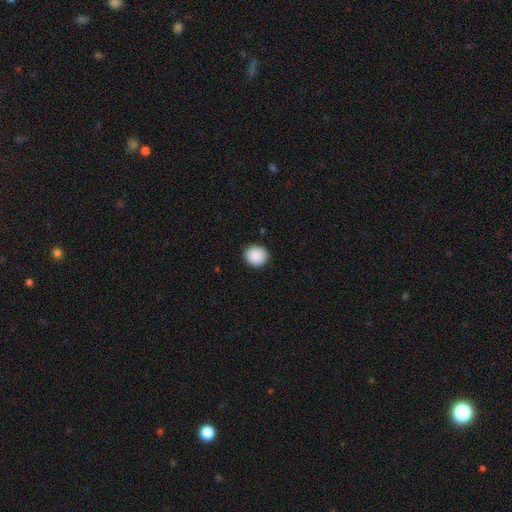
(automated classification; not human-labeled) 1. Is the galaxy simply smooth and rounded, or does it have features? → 90% smooth, 8% star or artifact, 2% featured or disk.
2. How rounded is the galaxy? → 86% round, 13% in between, 1% cigar-shaped.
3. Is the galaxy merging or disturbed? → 91% none, 6% minor disturbance, 2% major disturbance, 1% merger.